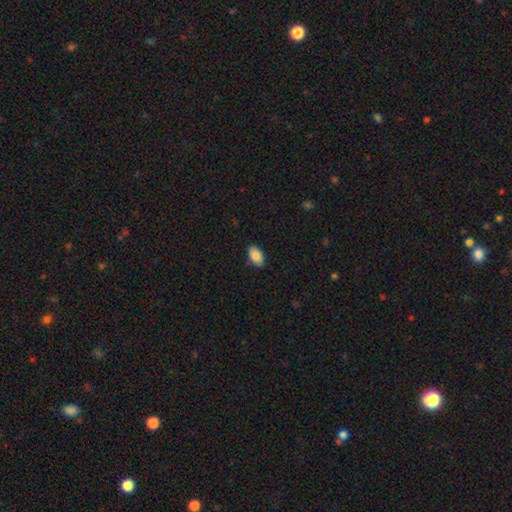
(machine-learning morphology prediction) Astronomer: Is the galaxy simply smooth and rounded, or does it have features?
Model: smooth — 85%.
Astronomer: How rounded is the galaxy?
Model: in between — 94%.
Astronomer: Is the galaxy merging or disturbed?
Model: none — 86%.